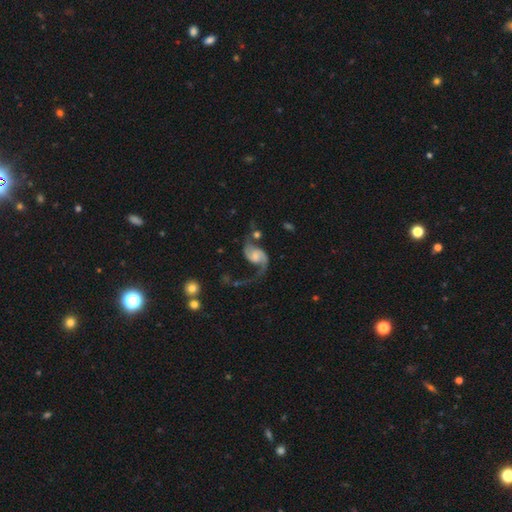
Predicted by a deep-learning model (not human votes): Overall: featured or disk (87%). Edge-on disk: no (98%). Bar: no (60%; weak 33%). Spiral arms: yes (96%). Spiral arm count: 2 (81%). Spiral winding: loose (68%). Bulge size: small (38%; moderate 33%). Merging: none (44%; major disturbance 29%).